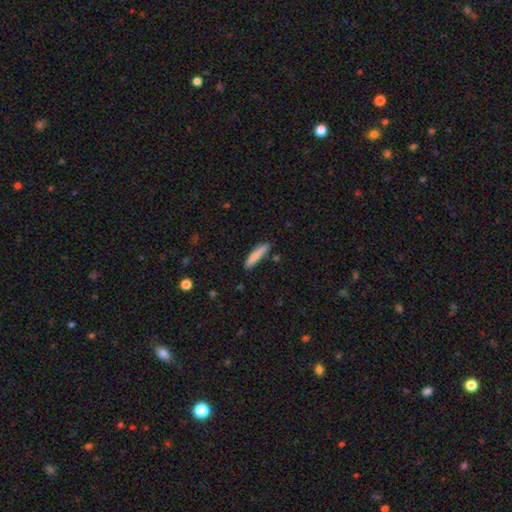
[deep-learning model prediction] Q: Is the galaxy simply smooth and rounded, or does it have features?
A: smooth — 82%.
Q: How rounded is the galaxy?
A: cigar-shaped — 85%.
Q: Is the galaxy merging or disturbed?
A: none — 82%.